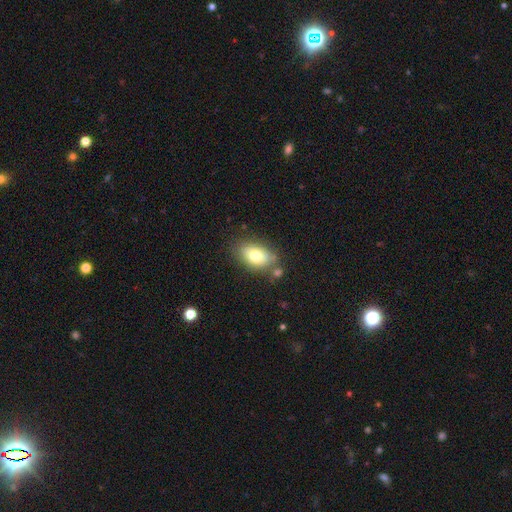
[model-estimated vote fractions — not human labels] The model was most divided on "merging": none: 70%, minor disturbance: 17%, merger: 9%, major disturbance: 5%. More confident: how rounded — in between (85%); smooth or featured — smooth (74%).